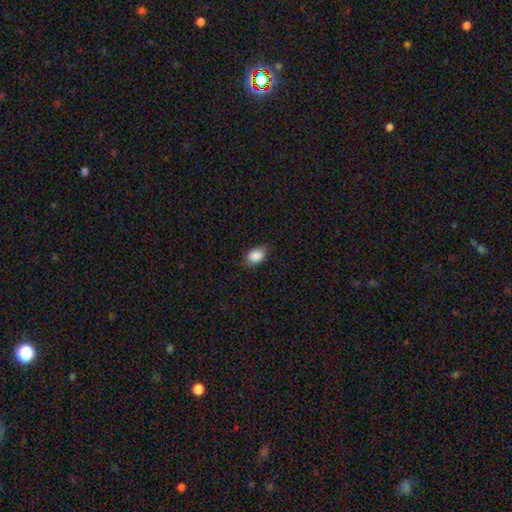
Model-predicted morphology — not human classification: Smooth or featured: smooth — 88% (star or artifact — 8%)
How rounded: in between — 82% (round — 17%)
Merging: none — 81% (minor disturbance — 15%)